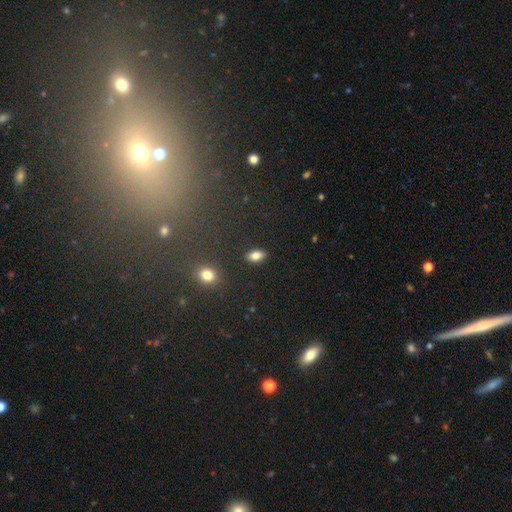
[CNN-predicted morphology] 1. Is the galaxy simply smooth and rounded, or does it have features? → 80% smooth, 10% featured or disk, 10% star or artifact.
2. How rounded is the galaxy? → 89% in between, 6% round, 5% cigar-shaped.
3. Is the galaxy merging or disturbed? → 89% none, 7% minor disturbance, 2% major disturbance, 2% merger.